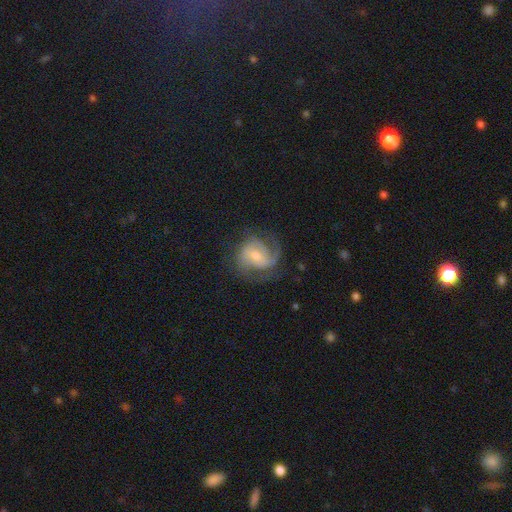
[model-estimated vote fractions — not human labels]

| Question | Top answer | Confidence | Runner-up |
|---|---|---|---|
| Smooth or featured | featured or disk | 78% | smooth (15%) |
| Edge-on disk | no | 98% | yes (2%) |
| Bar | no | 47% | weak (43%) |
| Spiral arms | yes | 95% | no (5%) |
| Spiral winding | medium | 48% | tight (29%) |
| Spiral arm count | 2 | 46% | 3 (18%) |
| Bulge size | moderate | 47% | small (45%) |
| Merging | none | 62% | minor disturbance (20%) |